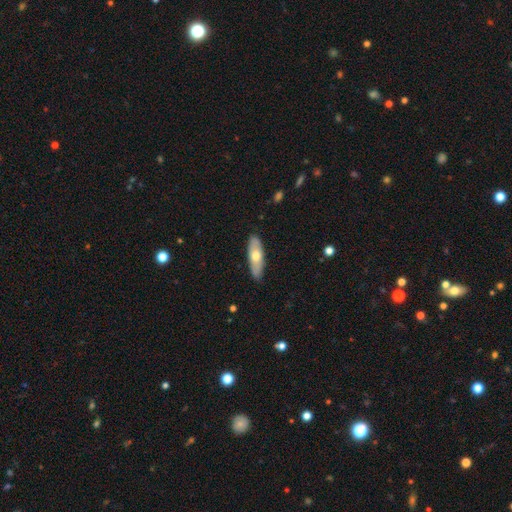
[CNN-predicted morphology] smooth-or-featured: smooth: 58% | featured or disk: 37% | star or artifact: 5%
  how-rounded: in between: 58% | cigar-shaped: 39% | round: 2%
  merging: none: 85% | minor disturbance: 12% | major disturbance: 2% | merger: 1%